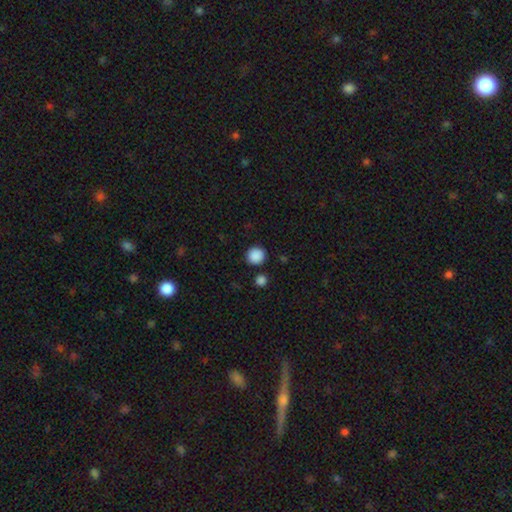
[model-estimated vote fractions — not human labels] The model was most divided on "smooth or featured": smooth: 88%, star or artifact: 9%, featured or disk: 3%. More confident: how rounded — round (94%); merging — none (87%).